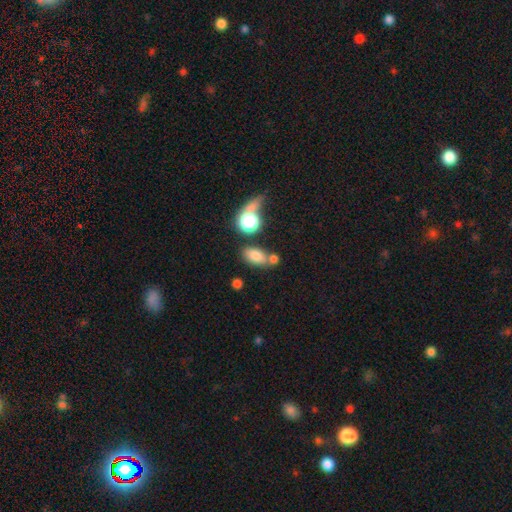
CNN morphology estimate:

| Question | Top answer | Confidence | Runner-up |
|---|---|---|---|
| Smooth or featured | smooth | 77% | star or artifact (14%) |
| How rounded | in between | 83% | round (12%) |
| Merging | none | 57% | merger (23%) |